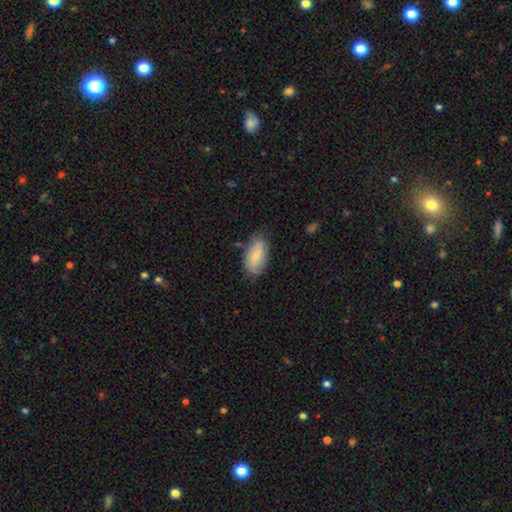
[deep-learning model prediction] A smooth galaxy with no disk features (72%) that is in between round and cigar-shaped (92%). Merging: none (78%).